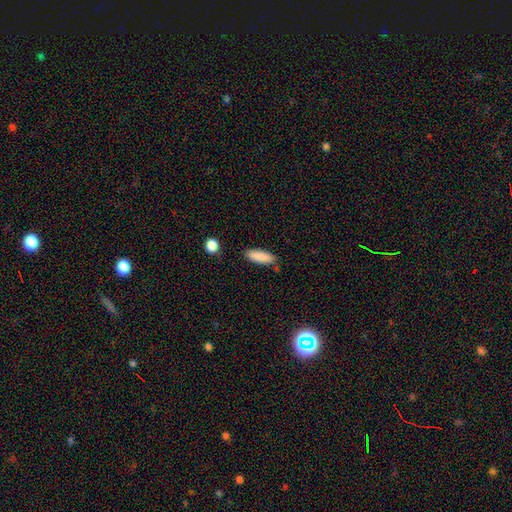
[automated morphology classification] A smooth galaxy with no disk features (88%) that is in between round and cigar-shaped (56%). Merging: none (83%).